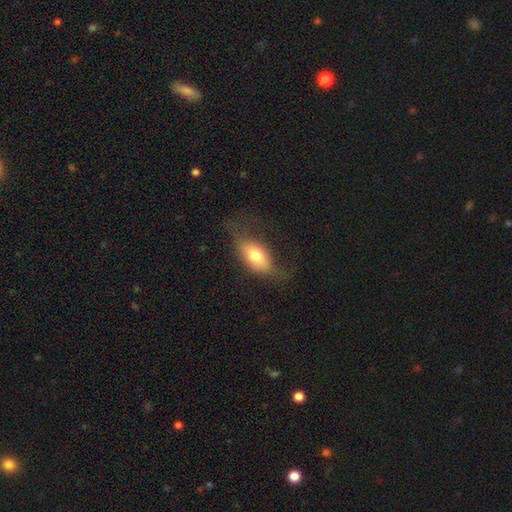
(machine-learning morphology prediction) Smooth or featured: smooth — 67% (featured or disk — 25%)
How rounded: in between — 86% (cigar-shaped — 7%)
Merging: none — 49% (minor disturbance — 26%)